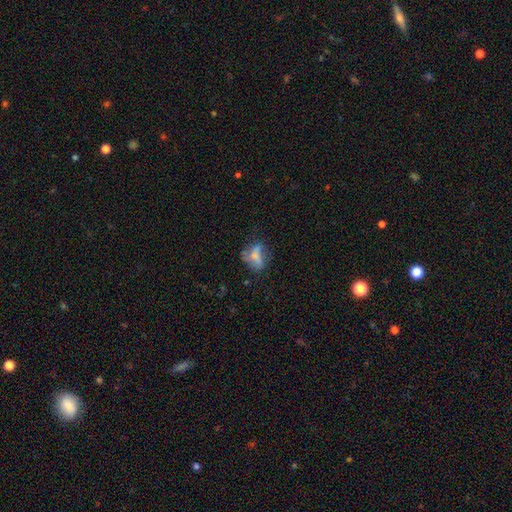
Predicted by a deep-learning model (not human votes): Smooth or featured? Predicted: smooth (p=0.46). Merging? Predicted: none (p=0.44).